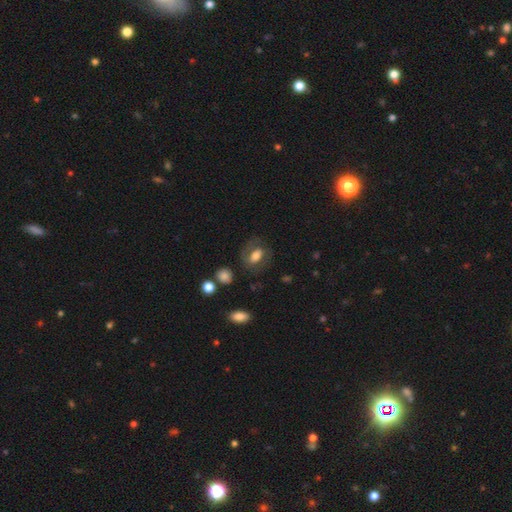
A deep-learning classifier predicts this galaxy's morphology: A smooth galaxy with no disk features (56%) that is in between round and cigar-shaped (76%). Merging: none (68%).